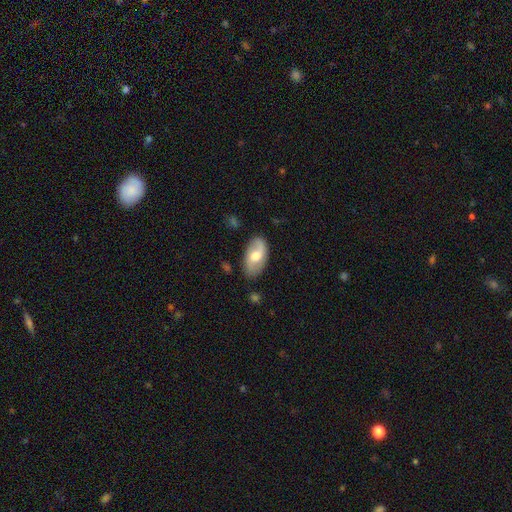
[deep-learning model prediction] Smooth or featured? Predicted: featured or disk (p=0.55). Edge-on disk? Predicted: no (p=0.93). Bar? Predicted: no (p=0.51). Spiral arms? Predicted: yes (p=0.82). Bulge size? Predicted: moderate (p=0.69). Merging? Predicted: none (p=0.78).